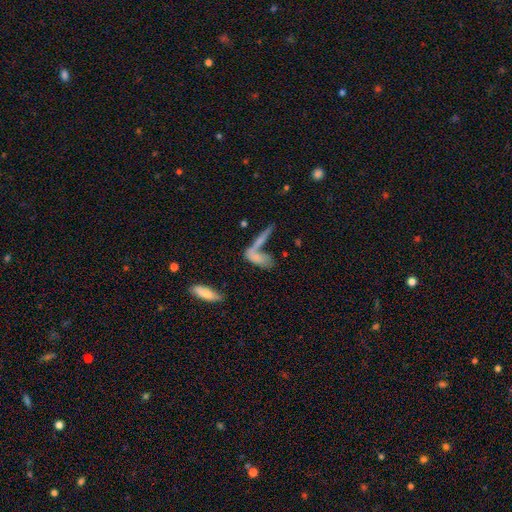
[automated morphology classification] smooth_or_featured: smooth (p=0.65) [alt: featured or disk p=0.25]
how_rounded: cigar-shaped (p=0.49) [alt: in between p=0.47]
merging: merger (p=0.53) [alt: none p=0.30]